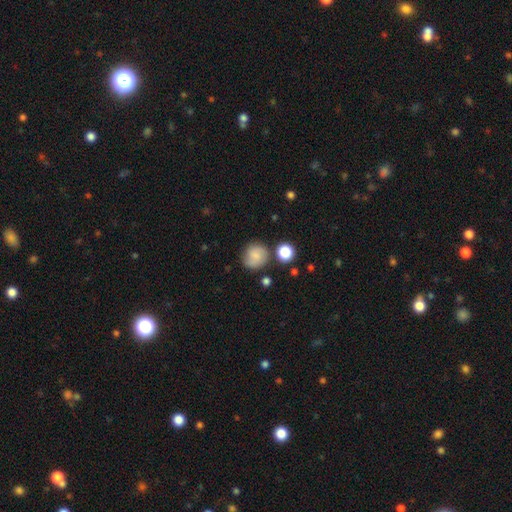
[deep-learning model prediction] smooth-or-featured: smooth: 71% | featured or disk: 19% | star or artifact: 10%
  how-rounded: round: 86% | in between: 13% | cigar-shaped: 1%
  merging: none: 72% | minor disturbance: 17% | merger: 6% | major disturbance: 5%